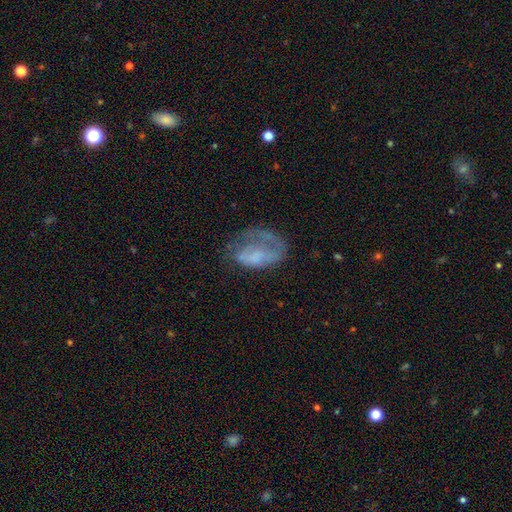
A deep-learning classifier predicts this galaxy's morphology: Overall: featured or disk (51%; smooth 40%). Edge-on disk: no (96%). Merging: major disturbance (38%; none 35%).